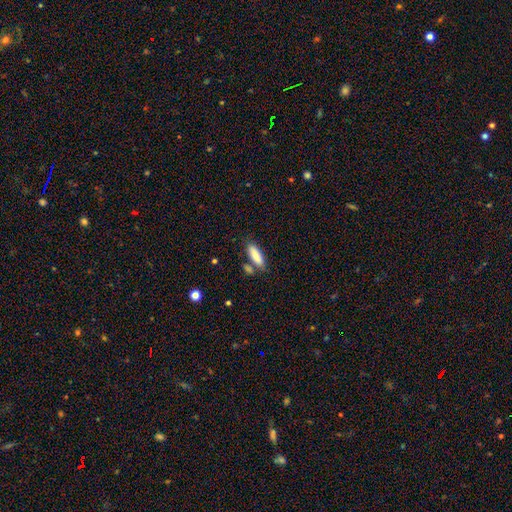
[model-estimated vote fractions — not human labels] A smooth galaxy with no disk features (87%) that is in between round and cigar-shaped (57%).

Vote fractions:
- Smooth or featured? smooth: 87% / featured or disk: 7% / star or artifact: 6%
- How rounded? in between: 57% / cigar-shaped: 41% / round: 2%
- Merging? none: 70% / minor disturbance: 13% / merger: 13% / major disturbance: 4%